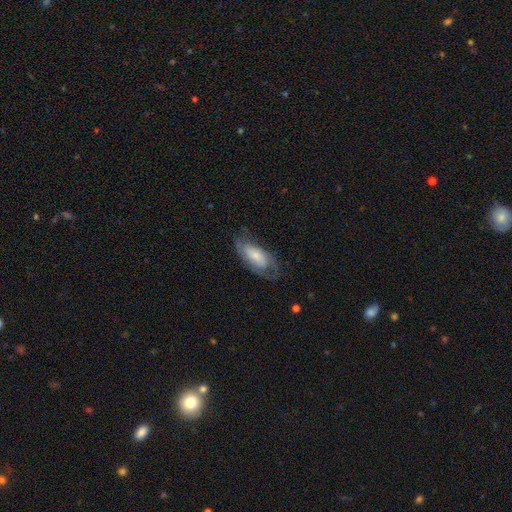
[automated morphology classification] This appears to be a smooth galaxy with no disk features (49%). Merging: none (59%).